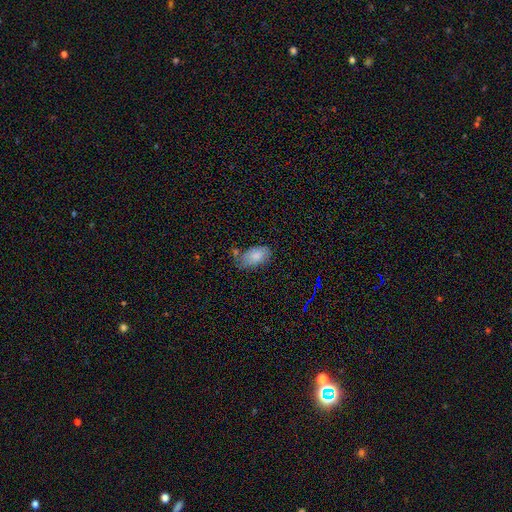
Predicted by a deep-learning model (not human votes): Smooth or featured? smooth (80%)
How rounded? in between (93%)
Merging? none (56%)